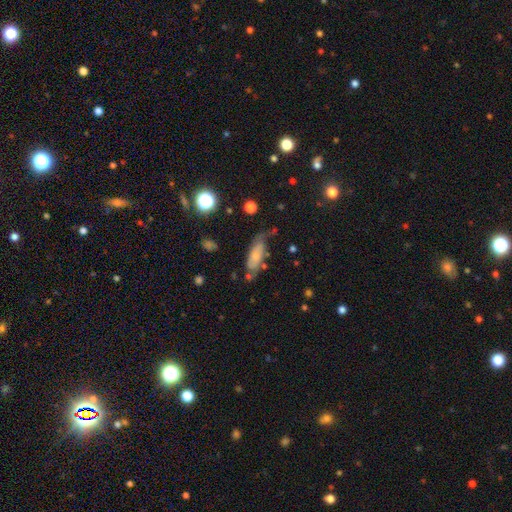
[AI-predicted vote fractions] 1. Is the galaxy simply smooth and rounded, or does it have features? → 53% smooth, 38% featured or disk, 8% star or artifact.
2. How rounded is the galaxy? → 69% in between, 28% cigar-shaped, 3% round.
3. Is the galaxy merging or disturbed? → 49% none, 31% minor disturbance, 14% major disturbance, 6% merger.